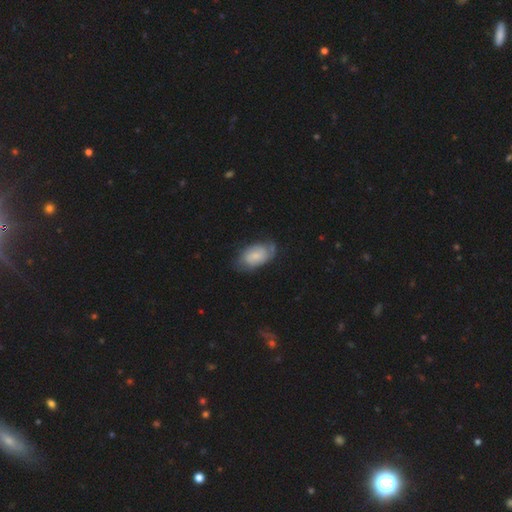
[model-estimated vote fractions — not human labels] Overall: smooth (50%; featured or disk 43%). Merging: none (62%; minor disturbance 27%).